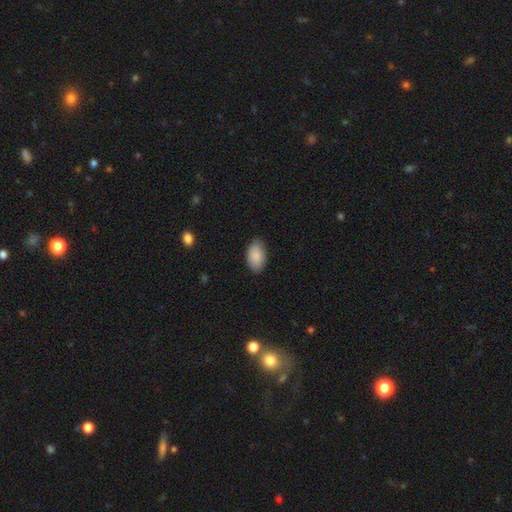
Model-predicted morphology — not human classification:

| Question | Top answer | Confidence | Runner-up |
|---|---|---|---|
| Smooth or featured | smooth | 87% | featured or disk (7%) |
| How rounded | in between | 94% | round (5%) |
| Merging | none | 84% | minor disturbance (13%) |